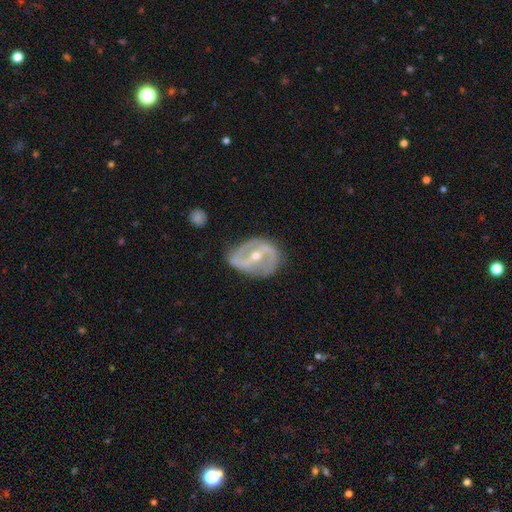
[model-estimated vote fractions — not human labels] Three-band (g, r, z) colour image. It shows a featured or disk galaxy (86%) with a strong bar (53%), 2 (85%) medium (45%) spiral arms (88%) and a small central bulge (49%). Merging: none (69%).